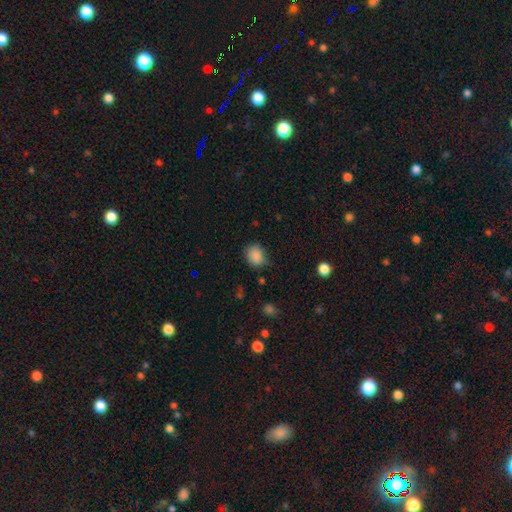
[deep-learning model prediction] smooth_or_featured: smooth (p=0.87) [alt: star or artifact p=0.09]
how_rounded: round (p=0.56) [alt: in between p=0.43]
merging: none (p=0.70) [alt: minor disturbance p=0.24]